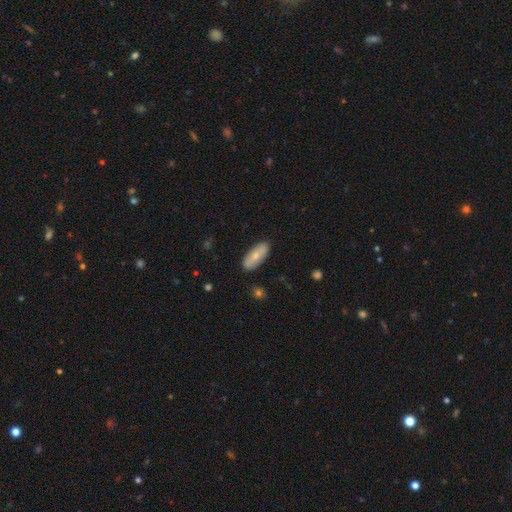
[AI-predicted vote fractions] Morphology: type=smooth (65%); roundness=in between (80%); merging=none (86%).